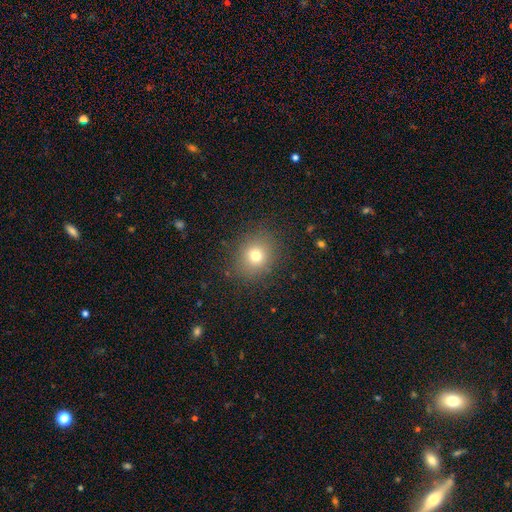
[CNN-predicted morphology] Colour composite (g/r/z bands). It shows a smooth galaxy with no disk features (74%) that is round (80%). Merging: none (86%).